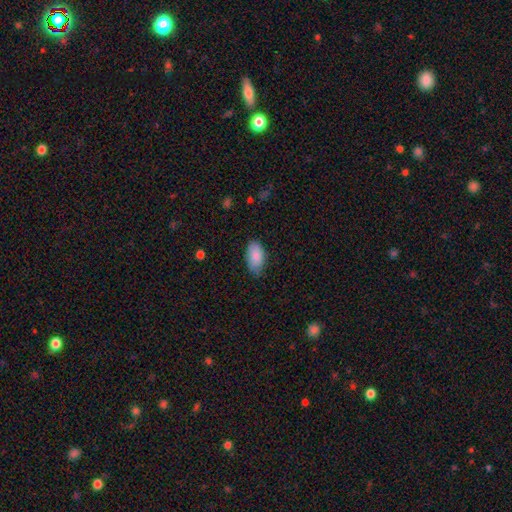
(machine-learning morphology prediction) This appears to be a smooth galaxy with no disk features (86%) that is in between round and cigar-shaped (94%). Merging: none (74%).